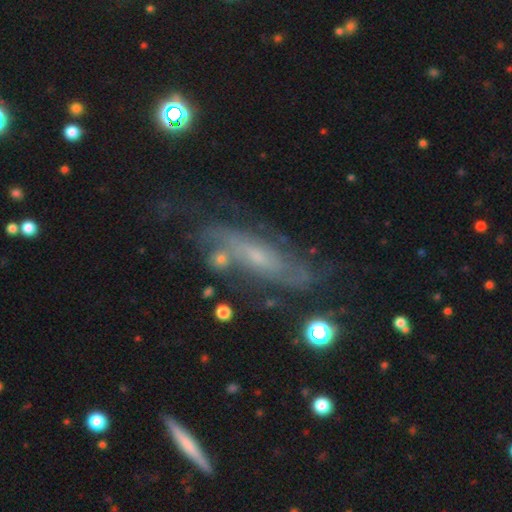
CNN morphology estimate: A featured or disk galaxy (77%) with no bar (54%), tight (44%) spiral arms (88%) and a small central bulge (61%). Merging: none (65%).